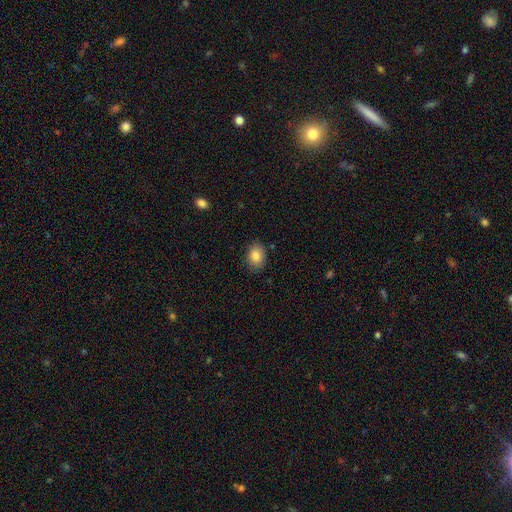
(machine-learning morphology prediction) The model was most divided on "how rounded": in between: 70%, round: 29%, cigar-shaped: 1%. More confident: merging — none (86%); smooth or featured — smooth (85%).